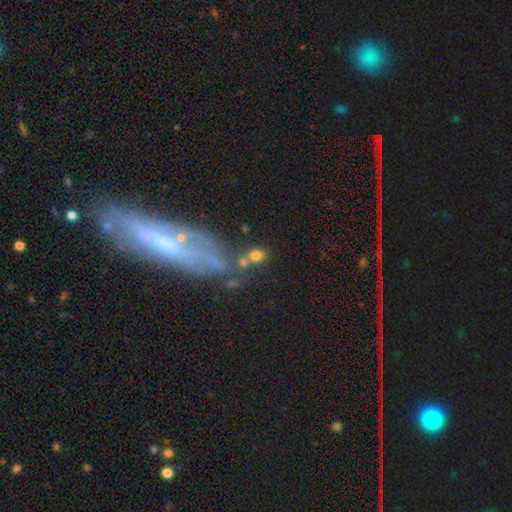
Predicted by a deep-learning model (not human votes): This appears to be a smooth galaxy with no disk features (71%) that is in between round and cigar-shaped (71%). Merging: none (50%).